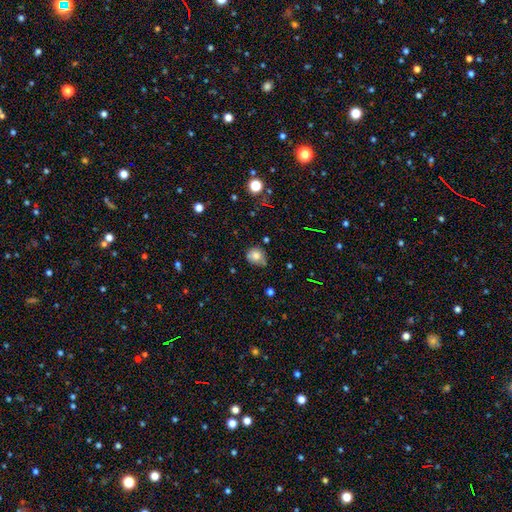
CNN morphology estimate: A smooth galaxy with no disk features (77%) that is round (73%). Merging: none (54%).